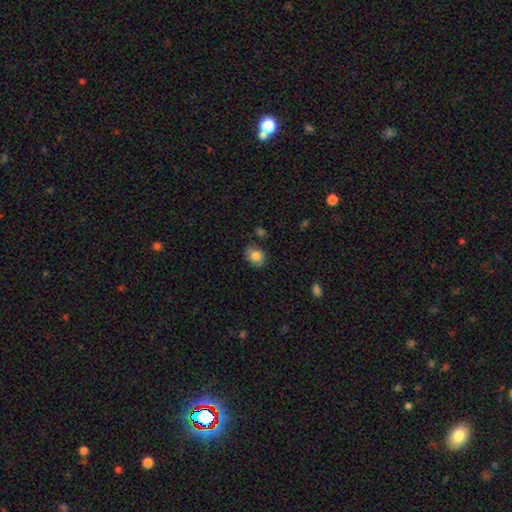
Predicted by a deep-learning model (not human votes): Overall: smooth (81%). How rounded: in between (61%; round 38%). Merging: none (74%).